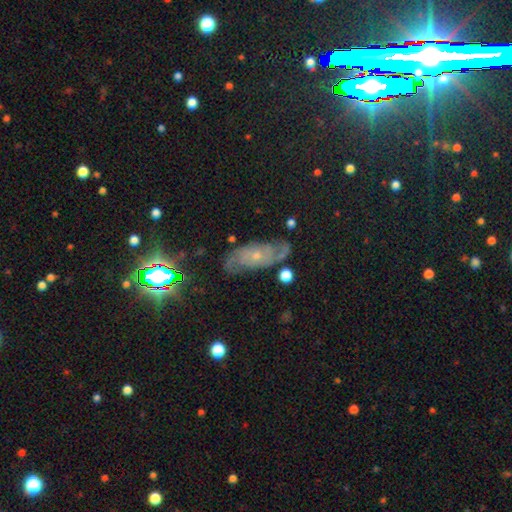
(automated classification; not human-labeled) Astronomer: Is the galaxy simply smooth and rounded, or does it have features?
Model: featured or disk — 69%.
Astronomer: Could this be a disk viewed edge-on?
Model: no — 91%.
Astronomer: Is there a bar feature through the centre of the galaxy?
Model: no — 76%.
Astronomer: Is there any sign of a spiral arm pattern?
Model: yes — 91%.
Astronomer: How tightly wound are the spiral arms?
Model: medium — 41% (runner-up: tight, 39%).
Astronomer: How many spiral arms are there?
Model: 2 — 67%.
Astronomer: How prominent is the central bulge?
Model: small — 69%.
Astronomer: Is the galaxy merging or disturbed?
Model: none — 68%.